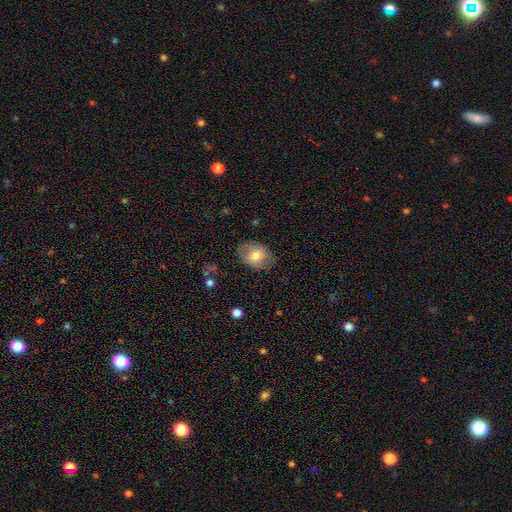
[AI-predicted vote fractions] This is likely a smooth galaxy (73%). How rounded: likely in between (68%). Merging: likely none (78%).